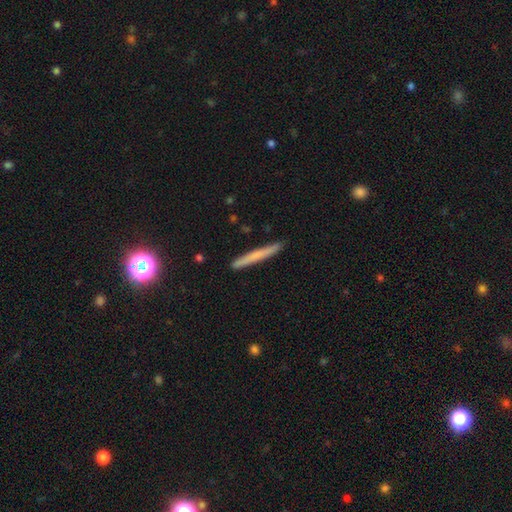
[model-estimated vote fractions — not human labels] A smooth galaxy with no disk features (61%) that is cigar-shaped (97%). Merging: none (91%).